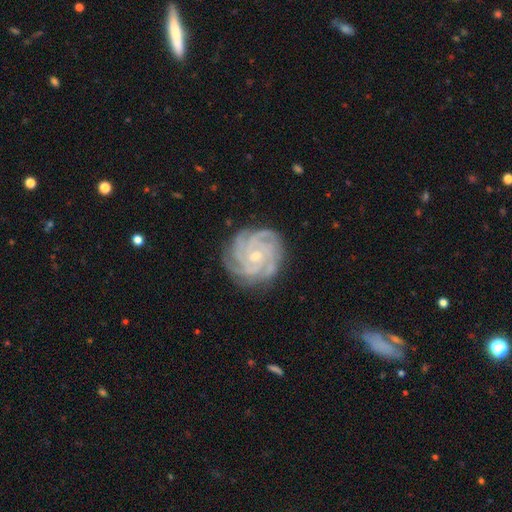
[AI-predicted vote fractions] Overall: featured or disk (89%). Edge-on disk: no (98%). Bar: no (66%; weak 27%). Spiral arms: yes (98%). Spiral arm count: 4 (37%; 3 17%). Spiral winding: tight (79%). Bulge size: small (59%; moderate 38%). Merging: none (82%).